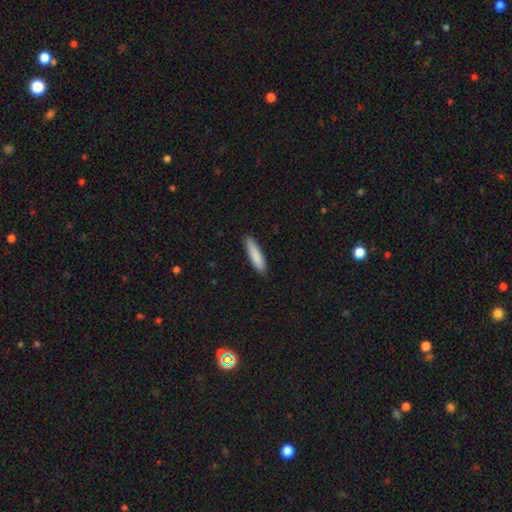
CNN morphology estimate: Smooth or featured? smooth (85%)
How rounded? cigar-shaped (79%)
Merging? none (88%)